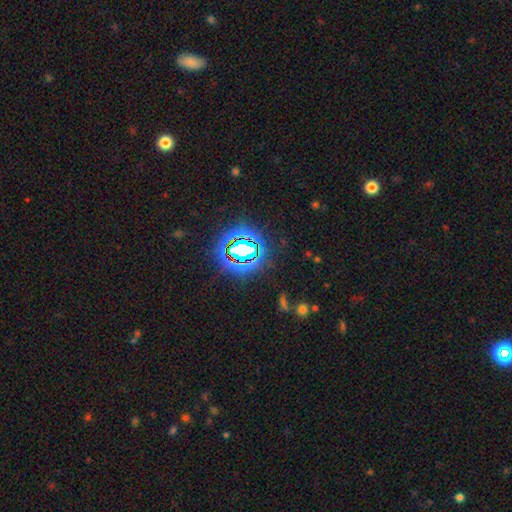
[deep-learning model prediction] smooth_or_featured: star or artifact (p=0.81) [alt: smooth p=0.12]